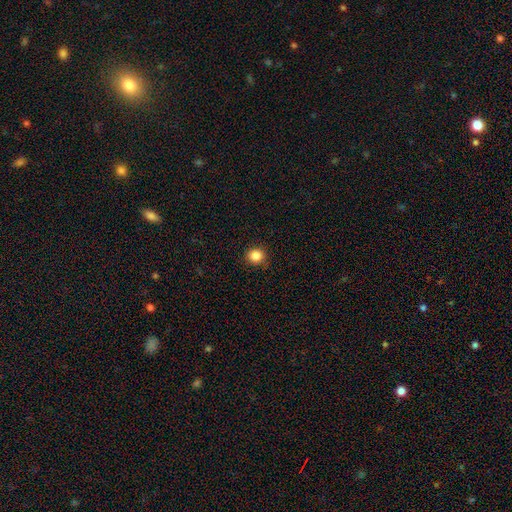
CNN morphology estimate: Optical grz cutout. It shows a smooth galaxy with no disk features (86%) that is round (90%). Merging: none (89%).